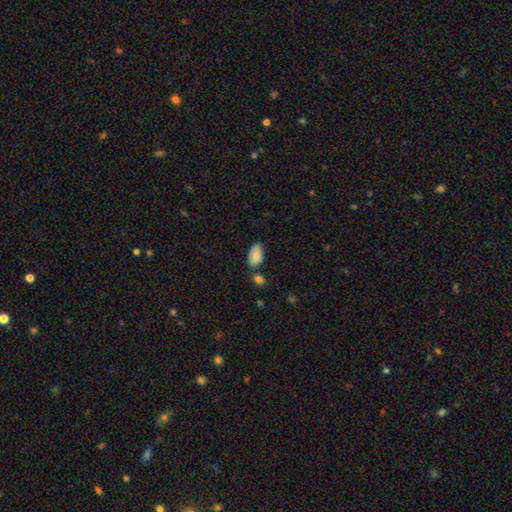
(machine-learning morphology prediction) Overall: smooth (88%). How rounded: in between (94%). Merging: none (68%).